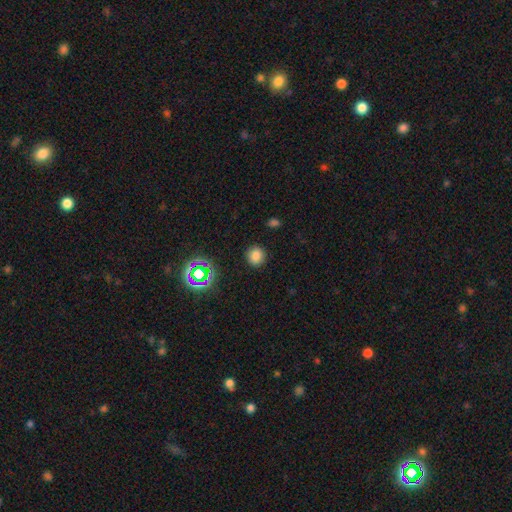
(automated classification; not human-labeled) smooth-or-featured: smooth: 77% | star or artifact: 17% | featured or disk: 6%
  how-rounded: round: 82% | in between: 17% | cigar-shaped: 1%
  merging: none: 88% | minor disturbance: 7% | major disturbance: 3% | merger: 1%